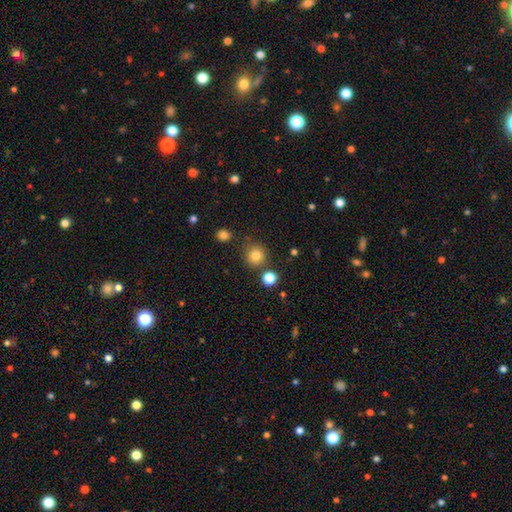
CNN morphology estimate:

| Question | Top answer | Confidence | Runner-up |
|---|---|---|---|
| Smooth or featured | smooth | 83% | star or artifact (12%) |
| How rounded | round | 93% | in between (6%) |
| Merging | none | 81% | minor disturbance (9%) |